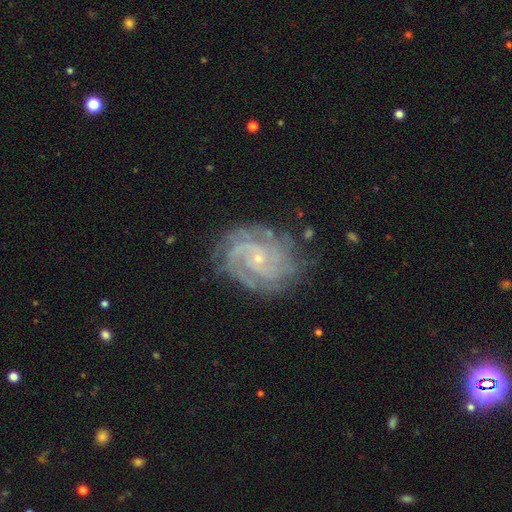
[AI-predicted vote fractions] This is clearly a featured or disk galaxy (83%). It is clearly not viewed edge-on (97%). Bar: likely no (61%). Spiral arm pattern: clearly yes (98%). Spiral arm count: marginally 2 (23%). Spiral winding: likely tight (72%). Central bulge: clearly small (81%). Merging: likely none (80%).